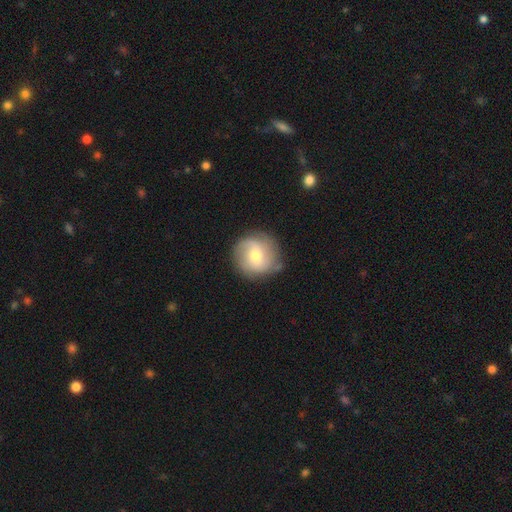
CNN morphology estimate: A smooth galaxy with no disk features (47%).

Vote fractions:
- Smooth or featured? smooth: 47% / featured or disk: 46% / star or artifact: 7%
- Merging? none: 73% / minor disturbance: 18% / major disturbance: 6% / merger: 3%